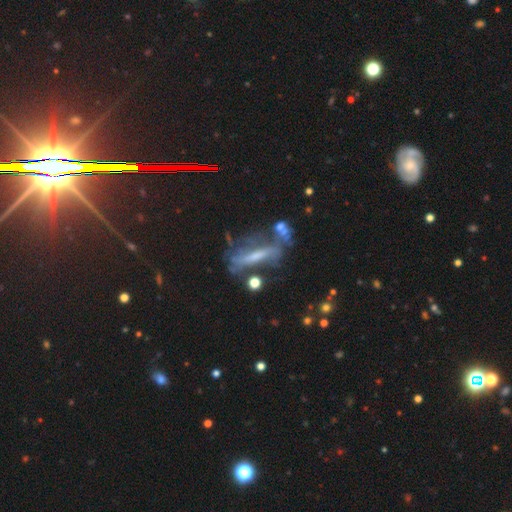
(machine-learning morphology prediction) This is possibly a featured or disk galaxy (58%). It is possibly not viewed edge-on (52%). Merging: possibly none (47%).